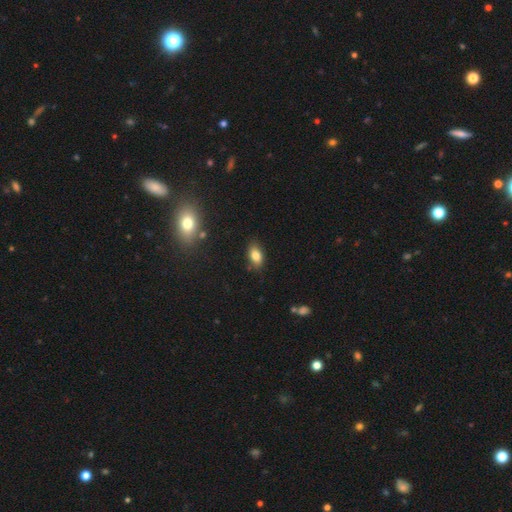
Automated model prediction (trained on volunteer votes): This is clearly a smooth galaxy (81%). How rounded: clearly in between (89%). Merging: clearly none (83%).